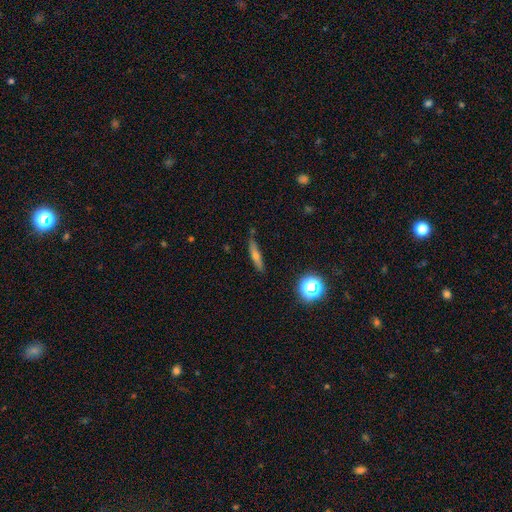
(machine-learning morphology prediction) A smooth galaxy with no disk features (49%). Merging: none (81%).